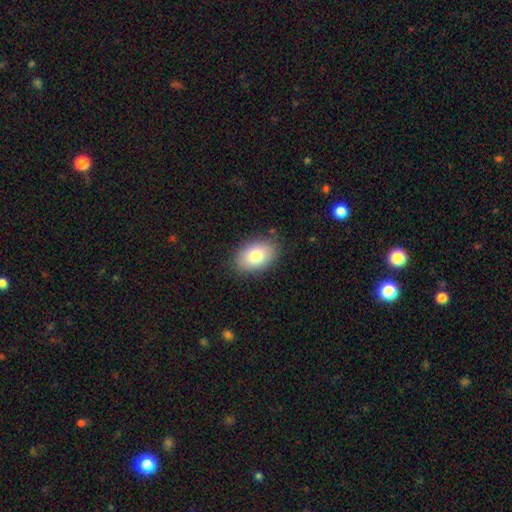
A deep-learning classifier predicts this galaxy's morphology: type=smooth (80%); roundness=in between (87%); merging=none (85%).